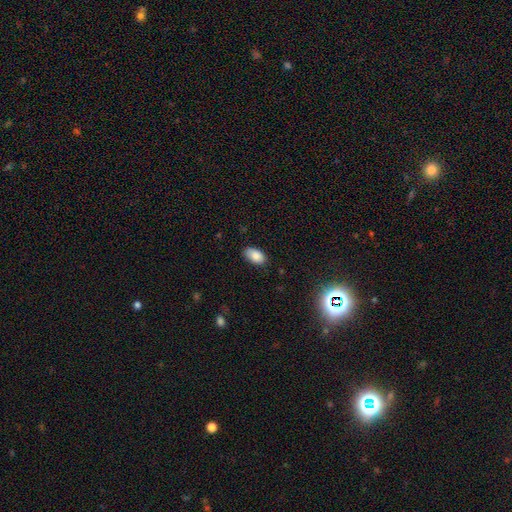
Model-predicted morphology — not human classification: smooth 85%, star or artifact 8%, featured or disk 6%. Down the decision tree: how rounded — in between (93%); merging — none (80%).